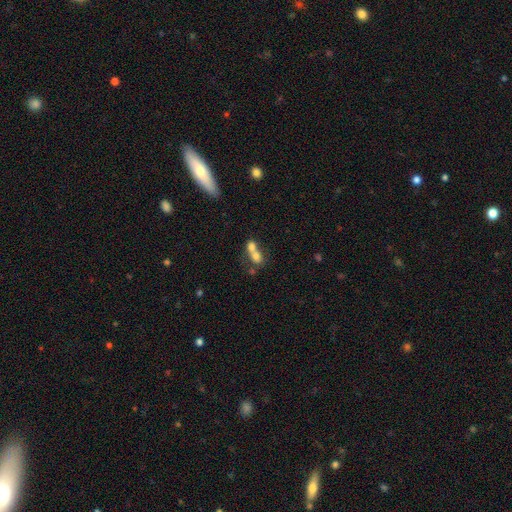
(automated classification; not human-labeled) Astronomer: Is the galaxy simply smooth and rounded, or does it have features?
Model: smooth — 69%.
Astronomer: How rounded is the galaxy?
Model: in between — 59% (runner-up: round, 38%).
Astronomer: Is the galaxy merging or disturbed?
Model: merger — 74%.